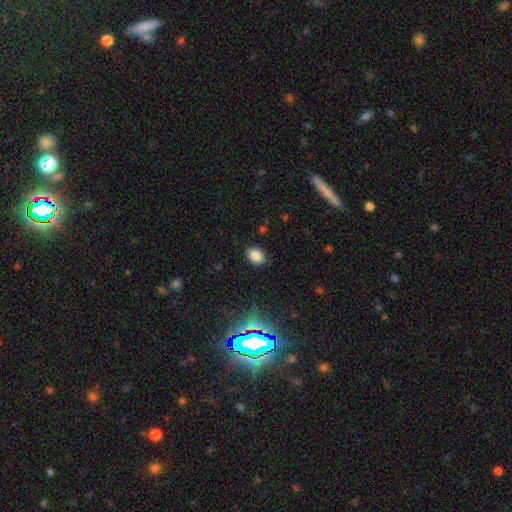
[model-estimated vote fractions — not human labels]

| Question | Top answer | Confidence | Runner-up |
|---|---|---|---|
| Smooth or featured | smooth | 85% | star or artifact (12%) |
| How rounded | in between | 70% | round (29%) |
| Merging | none | 88% | minor disturbance (9%) |